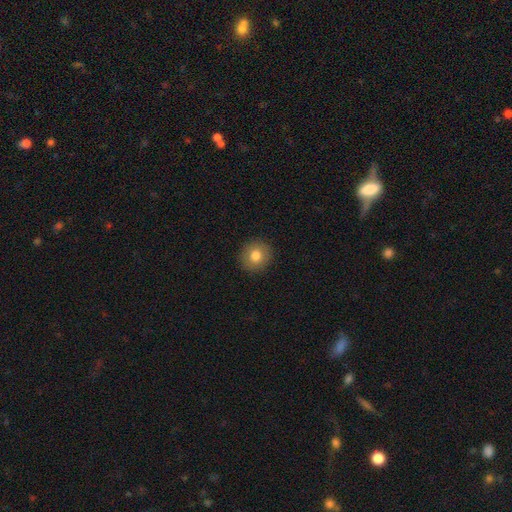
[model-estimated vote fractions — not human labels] The model was most divided on "smooth or featured": smooth: 80%, featured or disk: 10%, star or artifact: 9%. More confident: merging — none (92%); how rounded — round (90%).